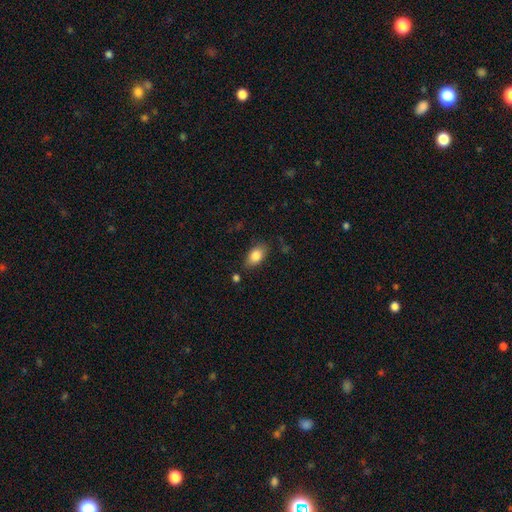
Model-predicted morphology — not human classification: This appears to be a smooth galaxy with no disk features (84%) that is in between round and cigar-shaped (89%). Merging: none (77%).